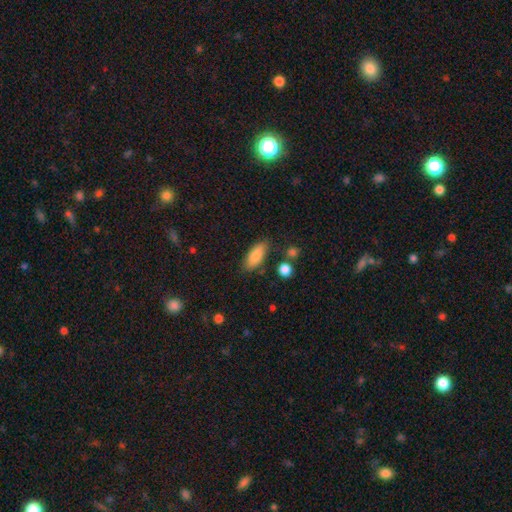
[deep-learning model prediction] smooth-or-featured: smooth: 84% | featured or disk: 9% | star or artifact: 7%
  how-rounded: in between: 81% | cigar-shaped: 17% | round: 3%
  merging: none: 78% | minor disturbance: 14% | merger: 4% | major disturbance: 4%